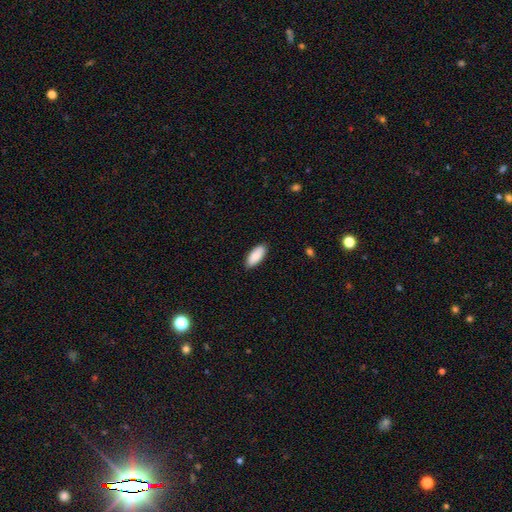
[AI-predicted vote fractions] This is clearly a smooth galaxy (90%). How rounded: clearly in between (87%). Merging: clearly none (88%).